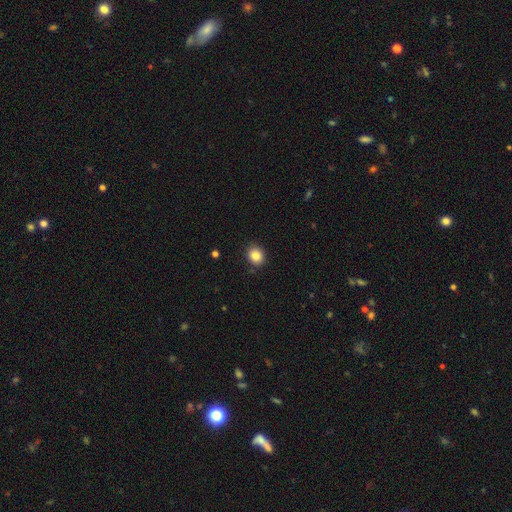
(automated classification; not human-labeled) This is clearly a smooth galaxy (84%). How rounded: likely round (64%). Merging: clearly none (87%).